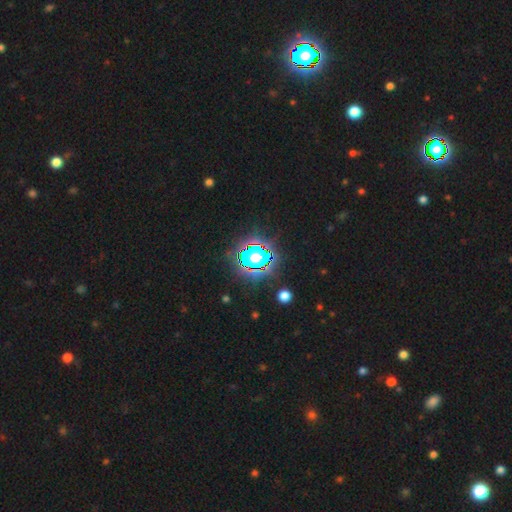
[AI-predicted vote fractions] Smooth or featured? star or artifact (82%)